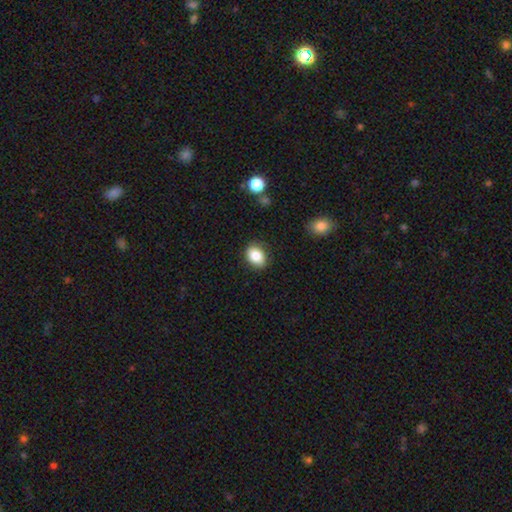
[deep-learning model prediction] This appears to be a smooth galaxy with no disk features (83%) that is in between round and cigar-shaped (70%). Merging: none (84%).